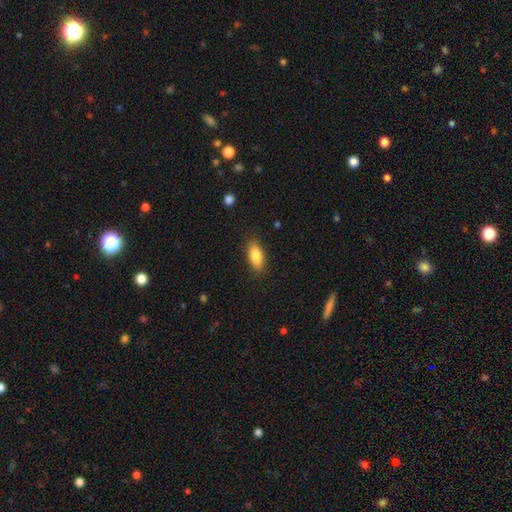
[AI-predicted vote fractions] A smooth galaxy with no disk features (83%) that is in between round and cigar-shaped (83%).

Vote fractions:
- Smooth or featured? smooth: 83% / featured or disk: 10% / star or artifact: 7%
- How rounded? in between: 83% / cigar-shaped: 14% / round: 3%
- Merging? none: 86% / minor disturbance: 10% / major disturbance: 3% / merger: 1%